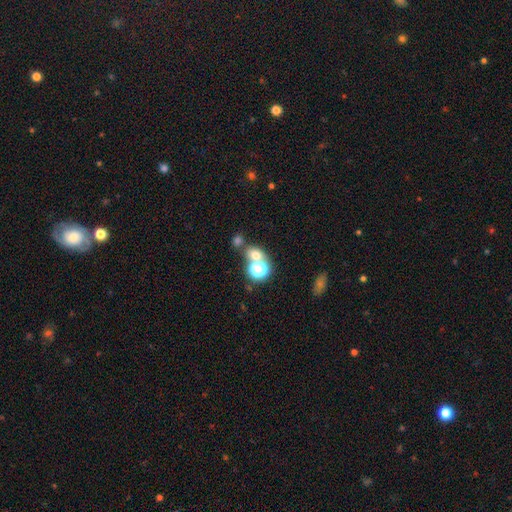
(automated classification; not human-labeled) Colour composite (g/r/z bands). It shows a smooth galaxy with no disk features (63%) that is round (58%). Merging: none (53%).